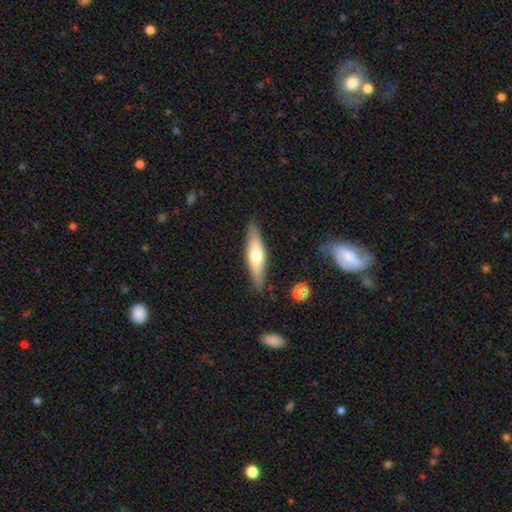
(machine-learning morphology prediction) smooth_or_featured: smooth (p=0.51) [alt: featured or disk p=0.44]
how_rounded: cigar-shaped (p=0.69) [alt: in between p=0.29]
merging: none (p=0.86) [alt: minor disturbance p=0.11]